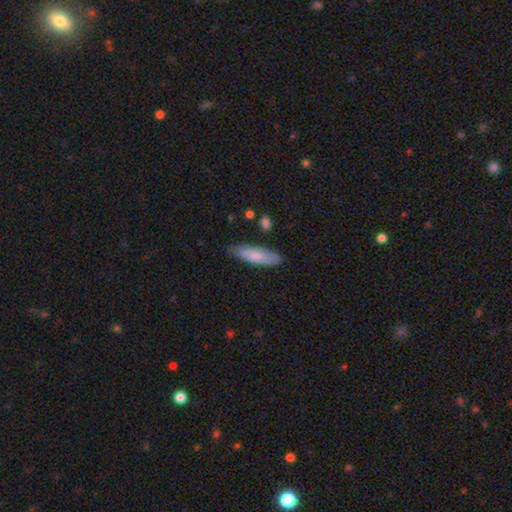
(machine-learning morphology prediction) smooth 79%, featured or disk 16%, star or artifact 5%. Down the decision tree: how rounded — cigar-shaped (57%); merging — none (78%).